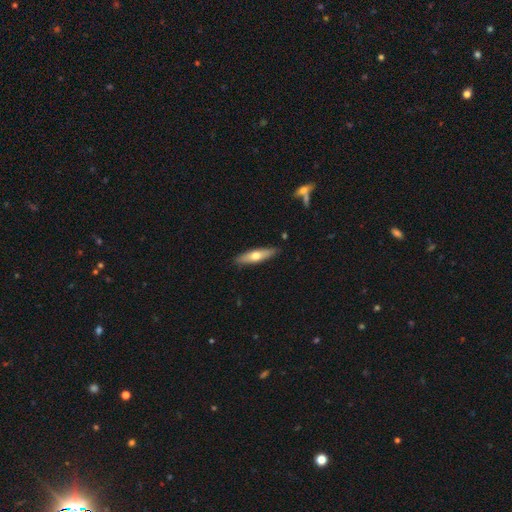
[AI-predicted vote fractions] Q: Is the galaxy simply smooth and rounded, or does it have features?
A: smooth — 55%.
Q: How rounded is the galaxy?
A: cigar-shaped — 67%.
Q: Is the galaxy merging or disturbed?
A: none — 87%.